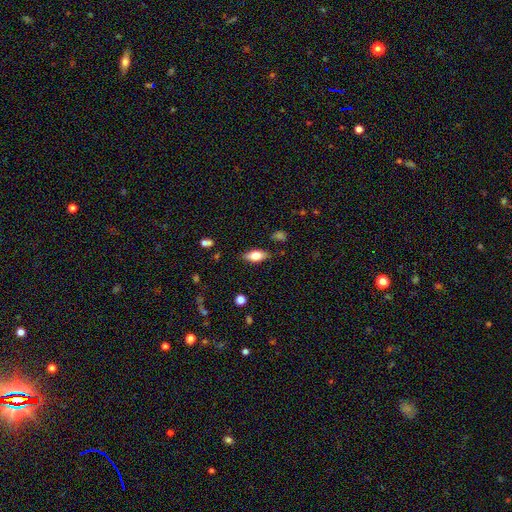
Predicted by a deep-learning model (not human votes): Smooth or featured?
  - smooth: 68% *
  - featured or disk: 24%
  - star or artifact: 7%
How rounded?
  - in between: 83% *
  - cigar-shaped: 13%
  - round: 4%
Merging?
  - none: 83% *
  - minor disturbance: 13%
  - major disturbance: 3%
  - merger: 2%